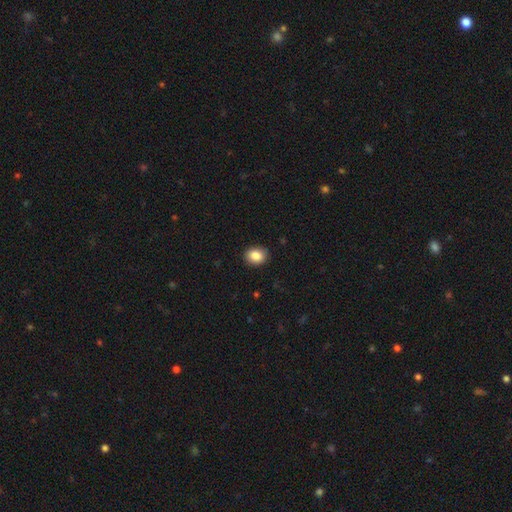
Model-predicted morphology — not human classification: This appears to be a smooth galaxy with no disk features (86%) that is round (53%). Merging: none (89%).